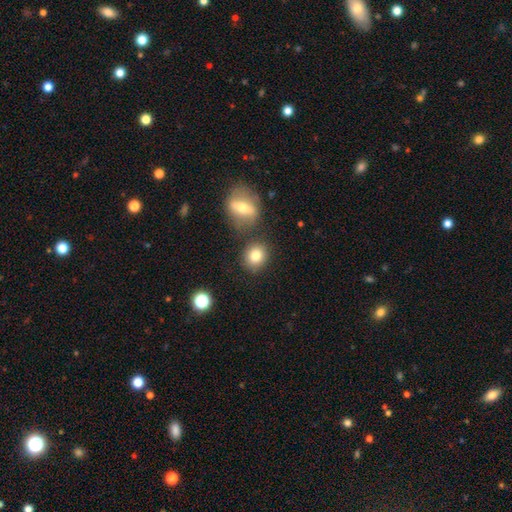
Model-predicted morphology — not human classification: Smooth or featured: smooth — 80% (star or artifact — 10%)
How rounded: round — 72% (in between — 27%)
Merging: none — 76% (merger — 11%)